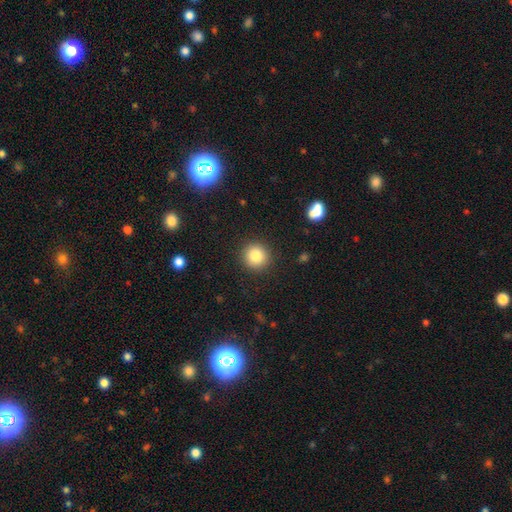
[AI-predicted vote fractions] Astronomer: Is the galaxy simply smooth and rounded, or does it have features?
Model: smooth — 83%.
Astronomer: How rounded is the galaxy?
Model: round — 93%.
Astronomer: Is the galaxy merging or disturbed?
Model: none — 91%.